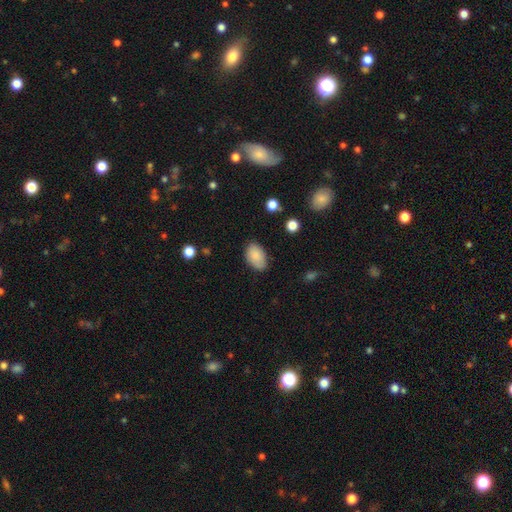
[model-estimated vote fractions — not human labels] smooth 87%, star or artifact 7%, featured or disk 6%. Down the decision tree: how rounded — in between (92%); merging — none (79%).